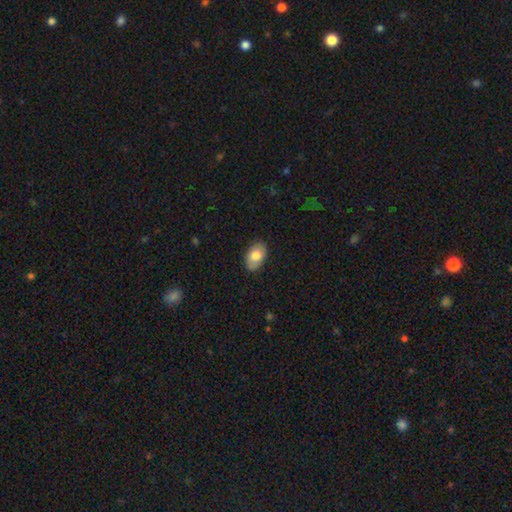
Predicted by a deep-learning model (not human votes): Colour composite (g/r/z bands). It shows a smooth galaxy with no disk features (79%) that is in between round and cigar-shaped (90%). Merging: none (85%).